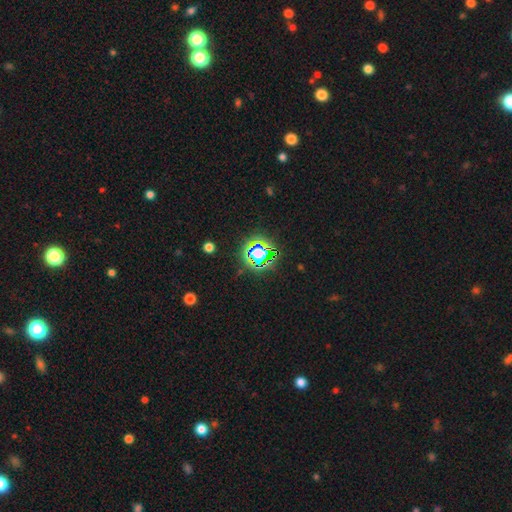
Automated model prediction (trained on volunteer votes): This is likely a star or artifact rather than a galaxy (62%).